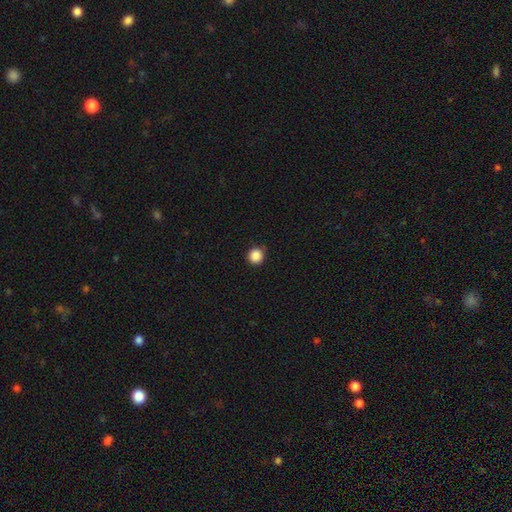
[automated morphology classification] type=smooth (87%); roundness=round (96%); merging=none (91%).